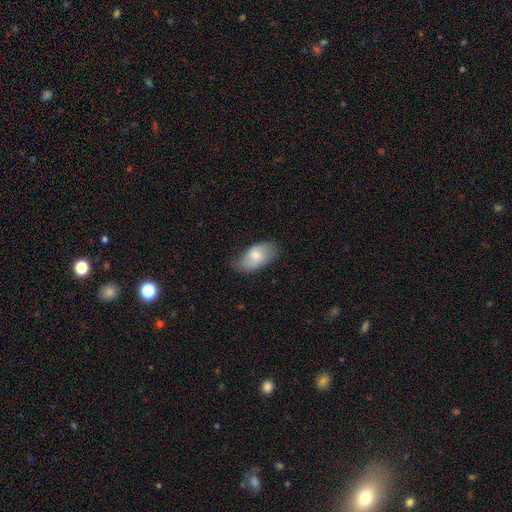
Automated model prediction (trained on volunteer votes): The model was most divided on "smooth or featured": smooth: 70%, featured or disk: 24%, star or artifact: 6%. More confident: how rounded — in between (94%); merging — none (71%).